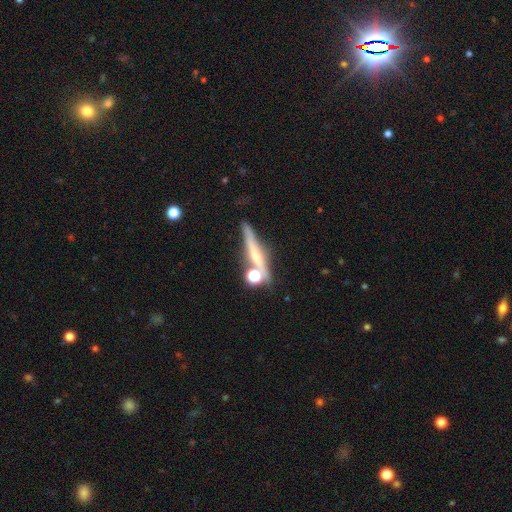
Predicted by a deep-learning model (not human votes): This appears to be a featured or disk galaxy (49%). Merging: none (59%).